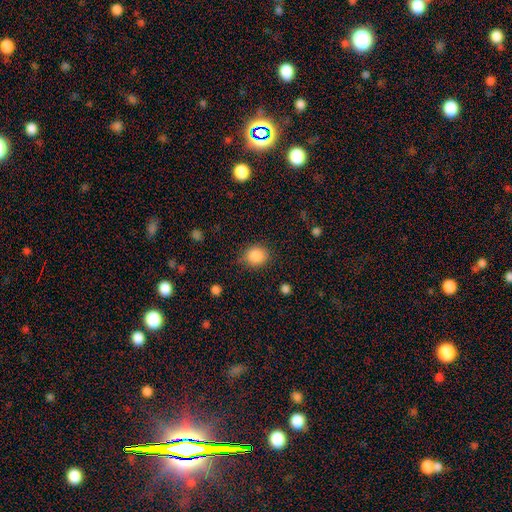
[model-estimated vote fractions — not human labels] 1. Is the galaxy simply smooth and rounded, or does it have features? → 86% smooth, 9% star or artifact, 5% featured or disk.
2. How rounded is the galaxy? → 66% round, 33% in between, 1% cigar-shaped.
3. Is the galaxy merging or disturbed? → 83% none, 12% minor disturbance, 4% major disturbance, 1% merger.